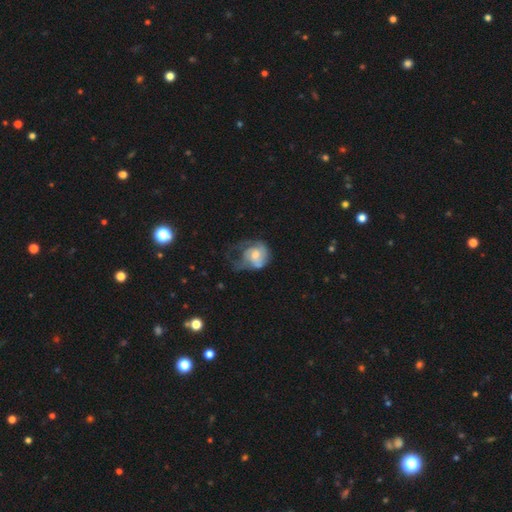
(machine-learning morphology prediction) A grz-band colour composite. It shows a featured or disk galaxy (50%). Merging: major disturbance (47%).